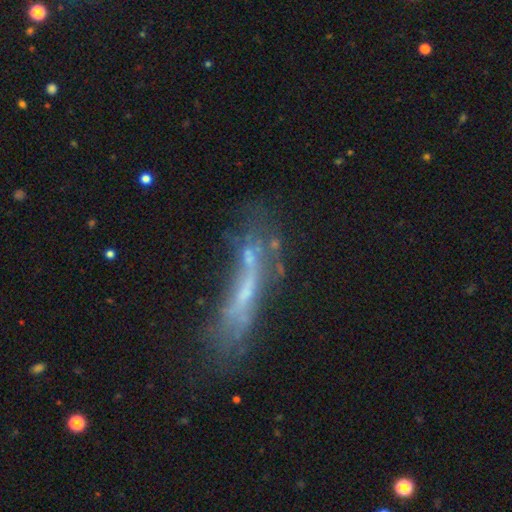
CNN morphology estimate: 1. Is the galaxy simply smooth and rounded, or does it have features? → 56% featured or disk, 30% smooth, 14% star or artifact.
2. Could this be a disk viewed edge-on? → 58% no, 42% yes.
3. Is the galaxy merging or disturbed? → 42% none, 24% major disturbance, 22% minor disturbance, 13% merger.